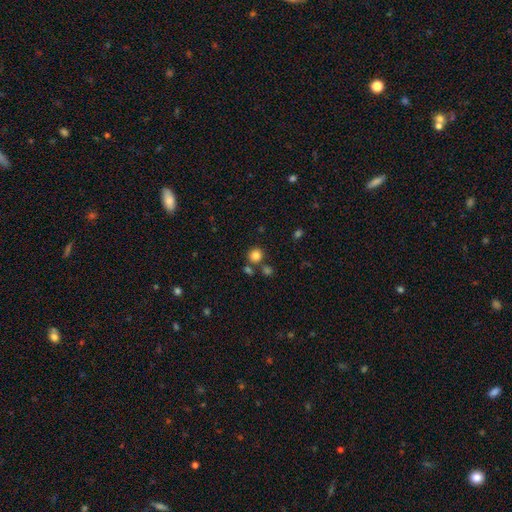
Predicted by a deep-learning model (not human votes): smooth-or-featured: smooth: 82% | star or artifact: 13% | featured or disk: 6%
  how-rounded: round: 90% | in between: 9% | cigar-shaped: 1%
  merging: none: 77% | merger: 12% | minor disturbance: 8% | major disturbance: 3%